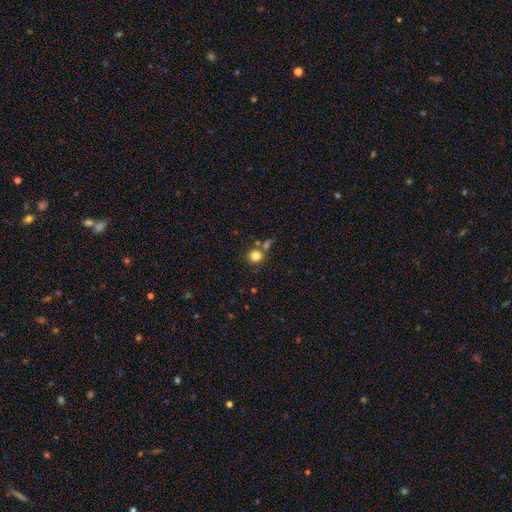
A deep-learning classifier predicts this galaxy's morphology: This appears to be a smooth galaxy with no disk features (81%) that is round (91%). Merging: none (65%).